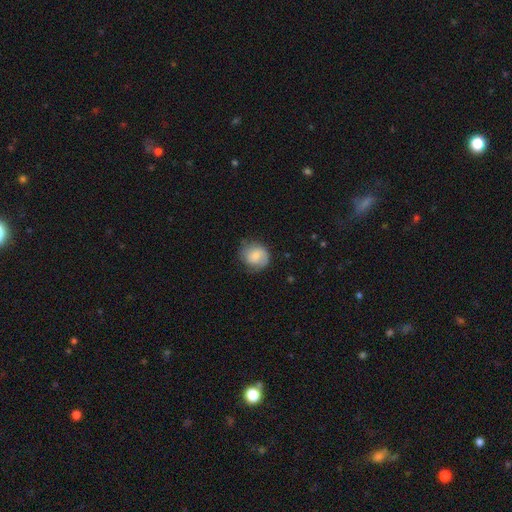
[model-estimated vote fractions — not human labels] A smooth galaxy with no disk features (64%) that is round (82%). Merging: none (68%).